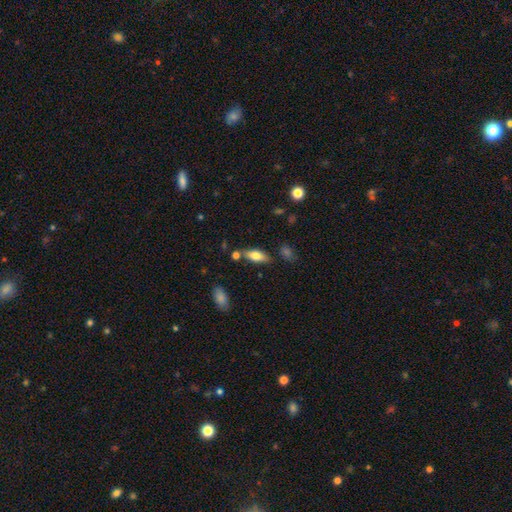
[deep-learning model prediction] Overall: smooth (74%). How rounded: in between (79%). Merging: none (73%).